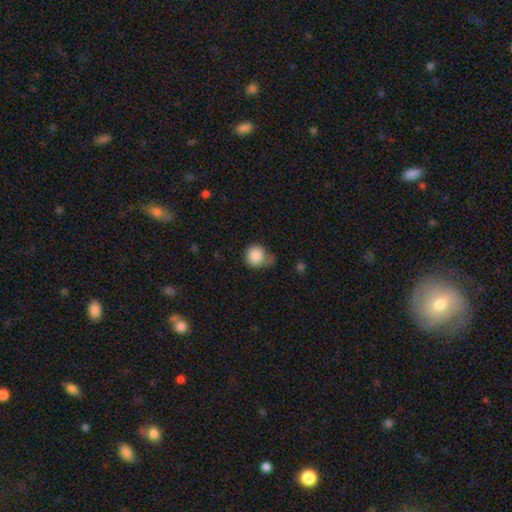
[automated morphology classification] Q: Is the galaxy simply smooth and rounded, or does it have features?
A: smooth — 88%.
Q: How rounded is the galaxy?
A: round — 87%.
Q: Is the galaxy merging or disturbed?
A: none — 51%.